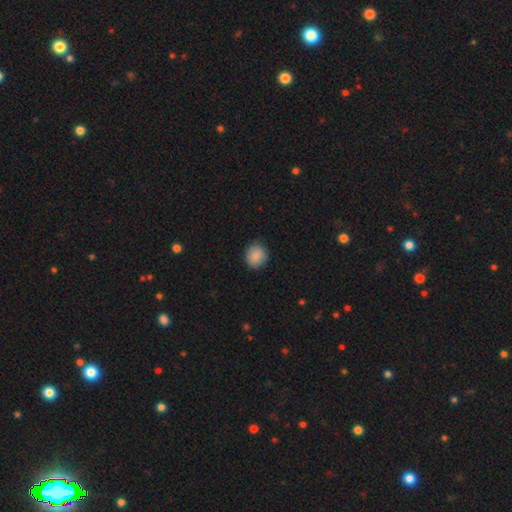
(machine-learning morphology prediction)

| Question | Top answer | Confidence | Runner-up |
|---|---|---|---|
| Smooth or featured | smooth | 89% | star or artifact (7%) |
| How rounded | round | 77% | in between (22%) |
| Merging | none | 86% | minor disturbance (11%) |